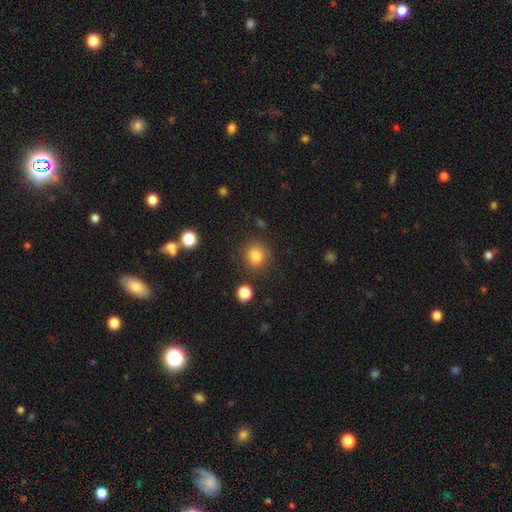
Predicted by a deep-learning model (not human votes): Smooth or featured? Predicted: smooth (p=0.84). How rounded? Predicted: round (p=0.87). Merging? Predicted: none (p=0.84).